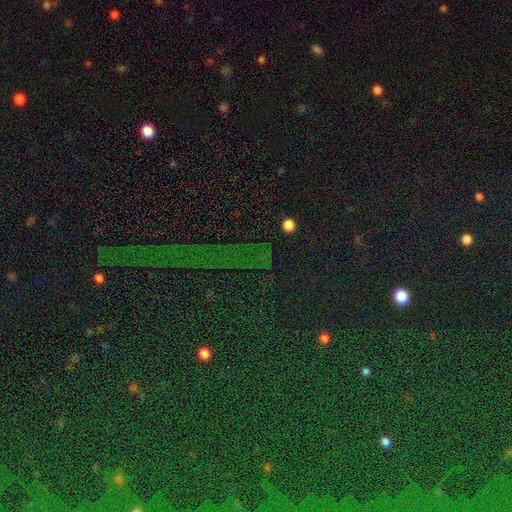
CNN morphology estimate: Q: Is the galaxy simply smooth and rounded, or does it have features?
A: star or artifact — 79%.